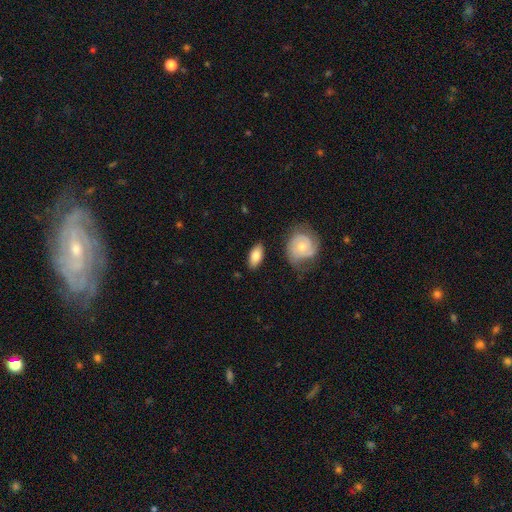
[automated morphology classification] smooth-or-featured: smooth: 76% | featured or disk: 18% | star or artifact: 6%
  how-rounded: in between: 89% | cigar-shaped: 7% | round: 4%
  merging: none: 81% | minor disturbance: 12% | merger: 3% | major disturbance: 3%